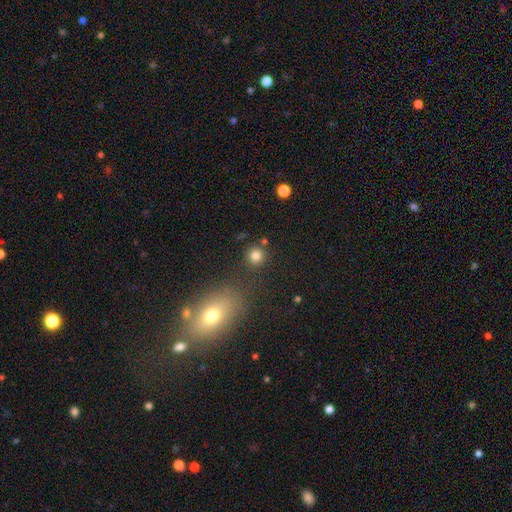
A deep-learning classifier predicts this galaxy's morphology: type=smooth (81%); roundness=round (92%); merging=none (83%).